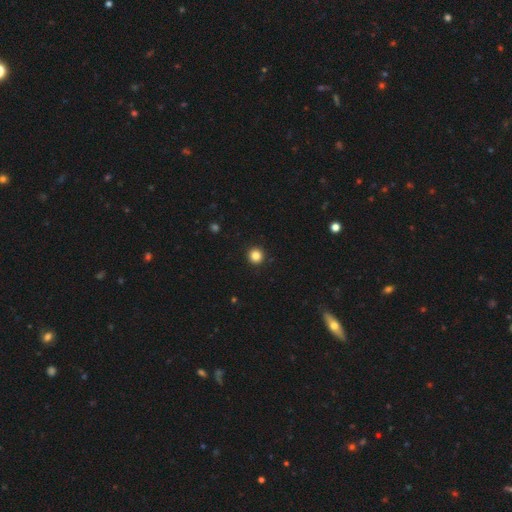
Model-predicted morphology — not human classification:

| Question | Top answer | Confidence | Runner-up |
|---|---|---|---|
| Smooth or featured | smooth | 85% | star or artifact (11%) |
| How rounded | round | 96% | in between (3%) |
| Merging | none | 94% | minor disturbance (4%) |